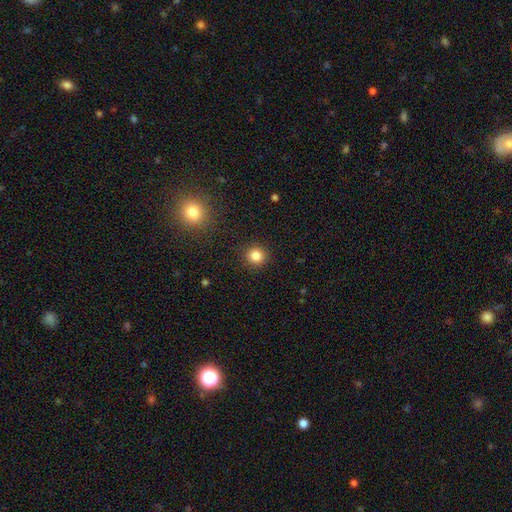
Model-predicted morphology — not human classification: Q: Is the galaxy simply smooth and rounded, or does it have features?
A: smooth — 83%.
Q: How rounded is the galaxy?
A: round — 93%.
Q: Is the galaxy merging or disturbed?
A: none — 91%.